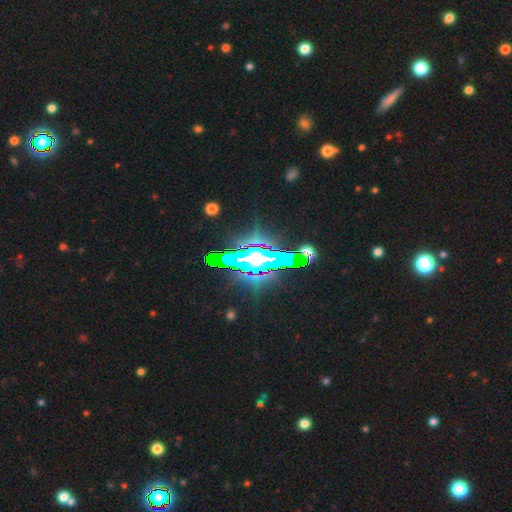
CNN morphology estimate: The model was most divided on "smooth or featured": star or artifact: 64%, featured or disk: 18%, smooth: 18%.